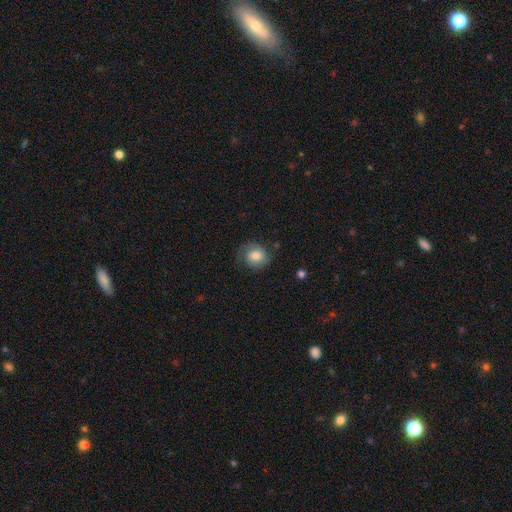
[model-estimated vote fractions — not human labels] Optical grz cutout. It shows a smooth galaxy with no disk features (62%) that is round (75%). Merging: none (64%).